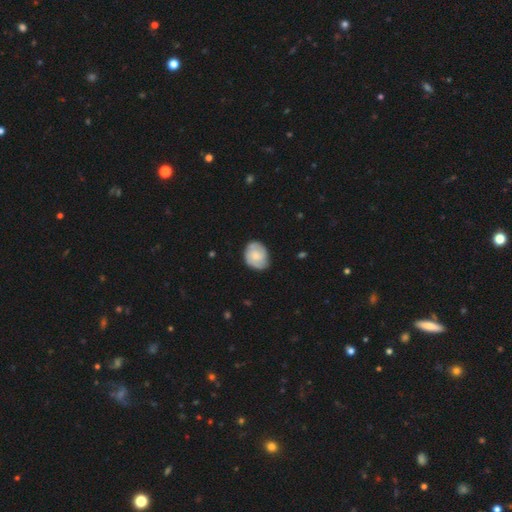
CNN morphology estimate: Smooth or featured: smooth — 48% (featured or disk — 46%)
Merging: none — 75% (minor disturbance — 19%)